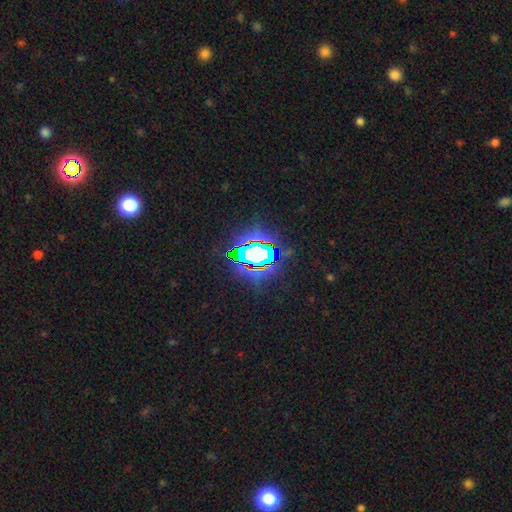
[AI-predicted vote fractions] smooth-or-featured: star or artifact: 71% | smooth: 15% | featured or disk: 14%